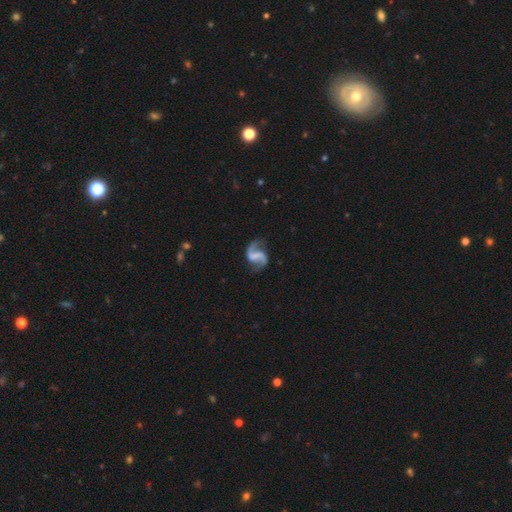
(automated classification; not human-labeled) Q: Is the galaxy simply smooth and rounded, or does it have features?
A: featured or disk — 90%.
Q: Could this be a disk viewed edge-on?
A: no — 98%.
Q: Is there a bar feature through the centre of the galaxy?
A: weak — 45%.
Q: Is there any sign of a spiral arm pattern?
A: yes — 97%.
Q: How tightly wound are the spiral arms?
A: loose — 58%.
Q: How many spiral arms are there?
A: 2 — 93%.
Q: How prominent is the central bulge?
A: none — 63%.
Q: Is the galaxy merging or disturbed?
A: none — 77%.